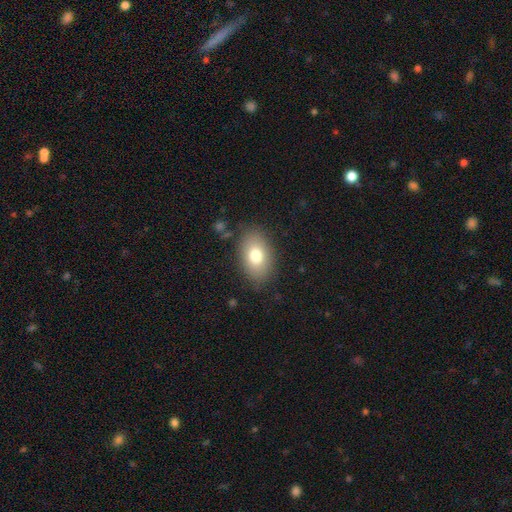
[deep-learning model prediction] smooth_or_featured: smooth (p=0.76) [alt: featured or disk p=0.15]
how_rounded: in between (p=0.88) [alt: round p=0.11]
merging: none (p=0.84) [alt: minor disturbance p=0.11]